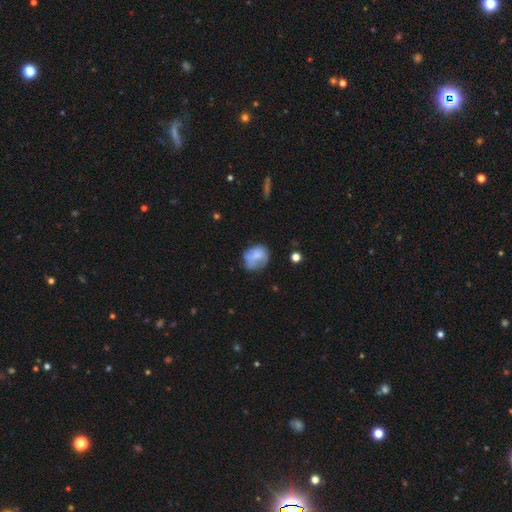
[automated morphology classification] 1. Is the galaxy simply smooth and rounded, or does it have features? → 63% smooth, 28% featured or disk, 9% star or artifact.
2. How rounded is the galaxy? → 60% round, 39% in between, 1% cigar-shaped.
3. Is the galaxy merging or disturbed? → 49% none, 29% minor disturbance, 15% major disturbance, 7% merger.